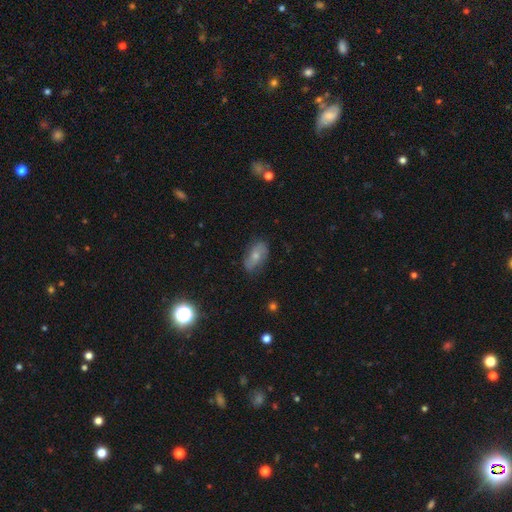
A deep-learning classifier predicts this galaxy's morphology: A smooth galaxy with no disk features (53%) that is in between round and cigar-shaped (89%).

Vote fractions:
- Smooth or featured? smooth: 53% / featured or disk: 39% / star or artifact: 9%
- How rounded? in between: 89% / round: 6% / cigar-shaped: 5%
- Merging? none: 75% / minor disturbance: 19% / major disturbance: 4% / merger: 1%